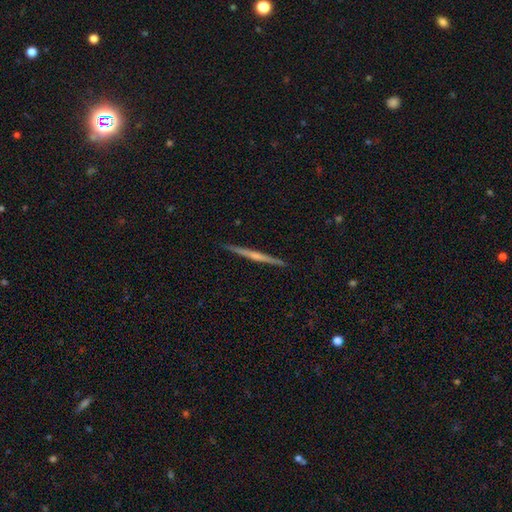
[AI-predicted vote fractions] Smooth or featured? Predicted: featured or disk (p=0.69). Edge-on disk? Predicted: yes (p=0.98). Edge-on bulge? Predicted: none (p=0.46). Merging? Predicted: none (p=0.92).